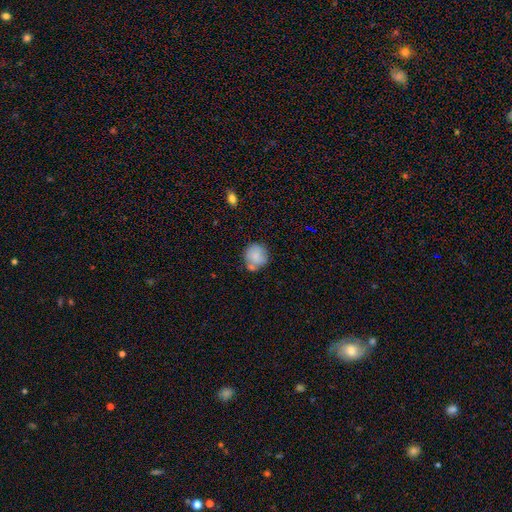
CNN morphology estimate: This is clearly a smooth galaxy (81%). How rounded: clearly round (85%). Merging: possibly none (56%).